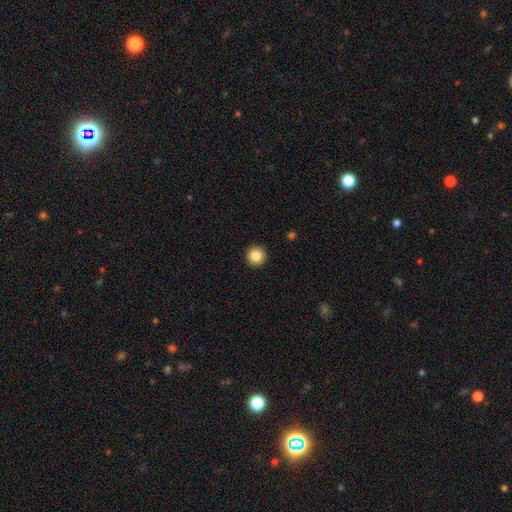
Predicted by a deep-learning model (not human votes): Smooth or featured? Predicted: smooth (p=0.85). How rounded? Predicted: round (p=0.96). Merging? Predicted: none (p=0.93).